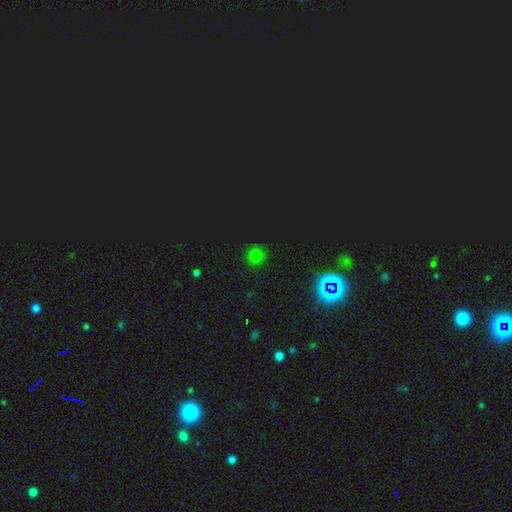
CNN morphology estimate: Overall: smooth (68%; star or artifact 28%). How rounded: round (93%). Merging: none (90%).